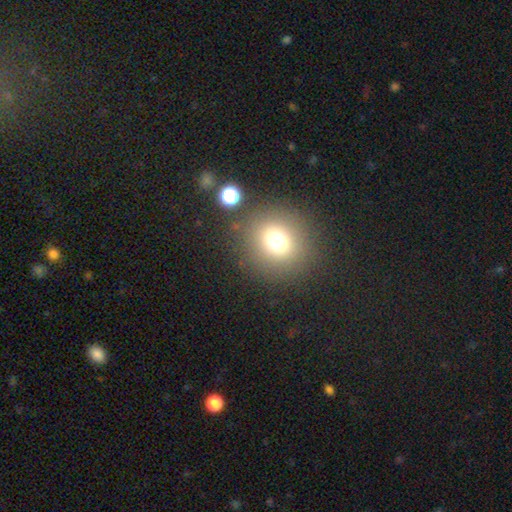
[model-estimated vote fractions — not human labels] smooth_or_featured: smooth (p=0.72) [alt: star or artifact p=0.18]
how_rounded: round (p=0.81) [alt: in between p=0.18]
merging: none (p=0.85) [alt: minor disturbance p=0.08]